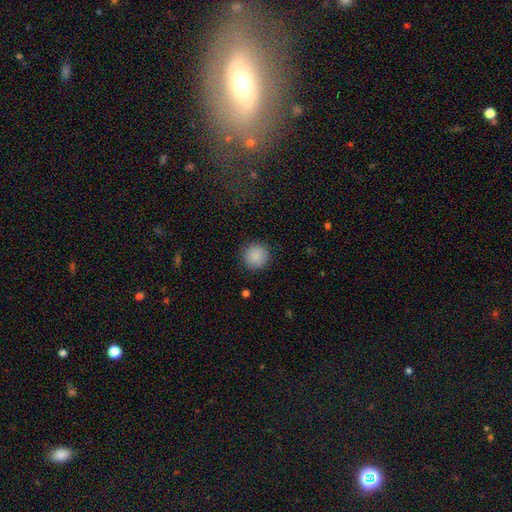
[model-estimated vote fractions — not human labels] smooth_or_featured: smooth (p=0.89) [alt: star or artifact p=0.08]
how_rounded: round (p=0.95) [alt: in between p=0.04]
merging: none (p=0.90) [alt: minor disturbance p=0.06]